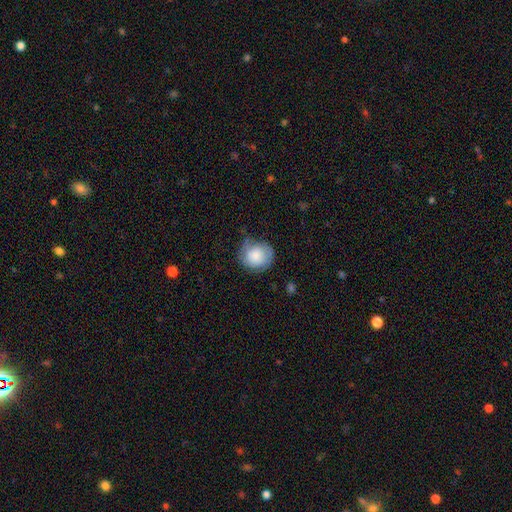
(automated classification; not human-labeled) Smooth or featured? smooth (71%)
How rounded? round (78%)
Merging? none (59%)